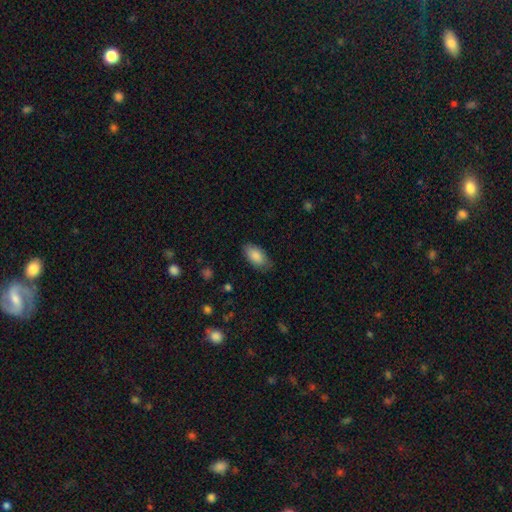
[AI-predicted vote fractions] smooth_or_featured: smooth (p=0.87) [alt: featured or disk p=0.07]
how_rounded: in between (p=0.93) [alt: cigar-shaped p=0.04]
merging: none (p=0.77) [alt: minor disturbance p=0.18]